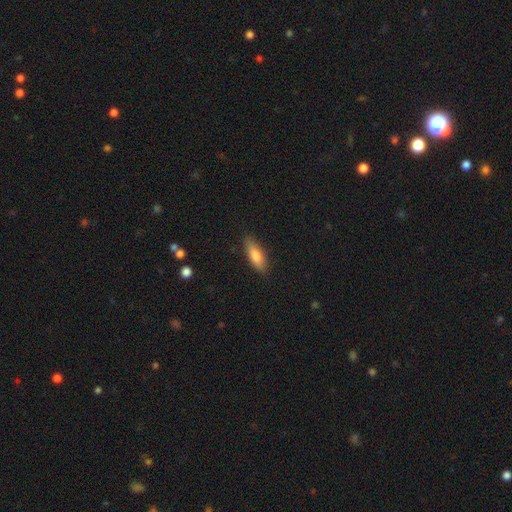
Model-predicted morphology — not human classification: smooth_or_featured: smooth (p=0.78) [alt: featured or disk p=0.16]
how_rounded: in between (p=0.52) [alt: cigar-shaped p=0.46]
merging: none (p=0.85) [alt: minor disturbance p=0.11]